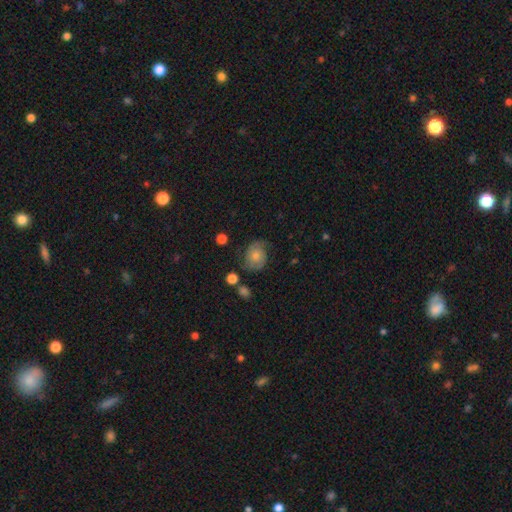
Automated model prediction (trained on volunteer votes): featured or disk 48%, smooth 43%, star or artifact 9%. Down the decision tree: merging — none (64%).